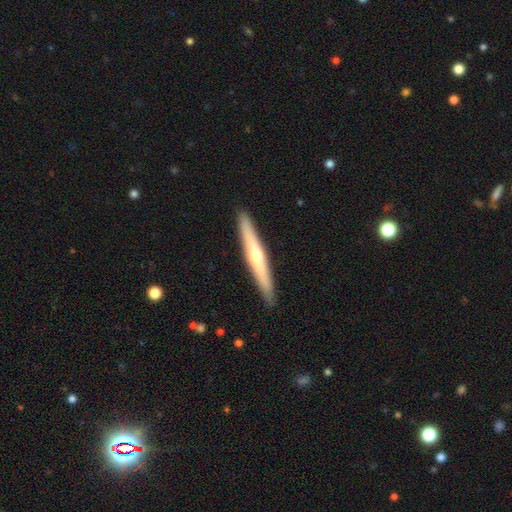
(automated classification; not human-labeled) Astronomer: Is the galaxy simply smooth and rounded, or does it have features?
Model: featured or disk — 61%.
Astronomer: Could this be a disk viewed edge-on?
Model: yes — 95%.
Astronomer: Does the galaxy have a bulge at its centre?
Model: rounded — 79%.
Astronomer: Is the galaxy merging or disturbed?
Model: none — 91%.